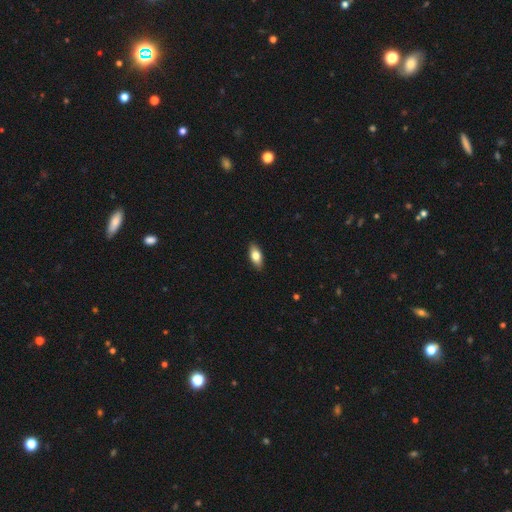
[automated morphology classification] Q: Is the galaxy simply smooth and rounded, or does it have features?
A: smooth — 73%.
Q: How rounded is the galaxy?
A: in between — 84%.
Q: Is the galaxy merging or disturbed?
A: none — 89%.